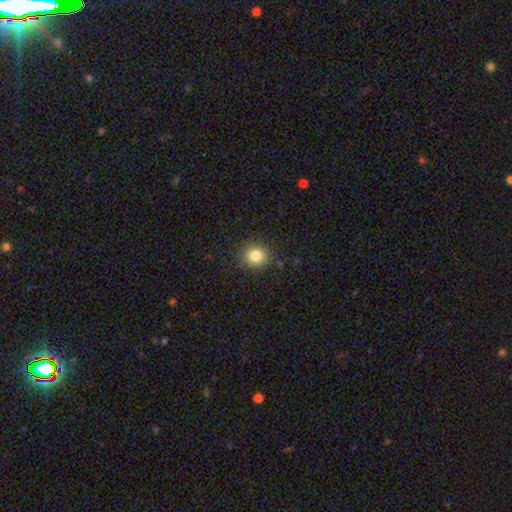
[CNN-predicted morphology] Smooth or featured: smooth — 83% (star or artifact — 11%)
How rounded: round — 88% (in between — 11%)
Merging: none — 88% (minor disturbance — 9%)